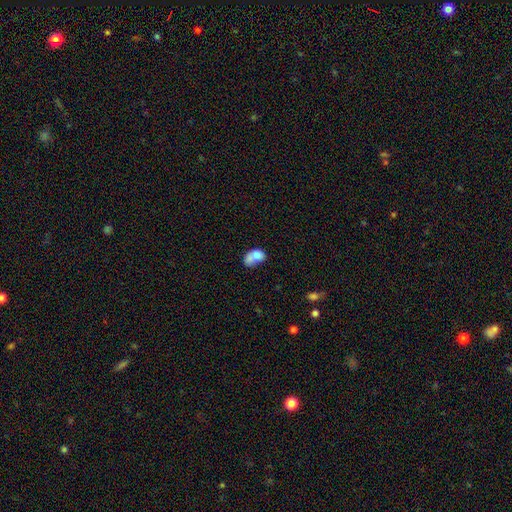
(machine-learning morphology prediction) smooth_or_featured: smooth (p=0.72) [alt: featured or disk p=0.20]
how_rounded: in between (p=0.78) [alt: round p=0.20]
merging: merger (p=0.47) [alt: none p=0.20]